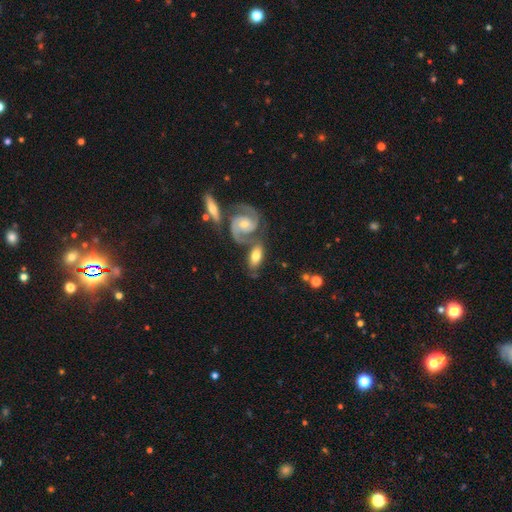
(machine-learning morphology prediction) Smooth or featured: featured or disk — 53% (smooth — 41%)
Edge-on disk: no — 91% (yes — 9%)
Merging: none — 48% (merger — 30%)